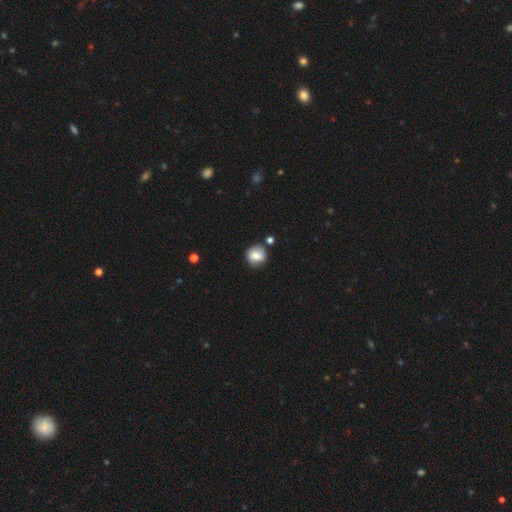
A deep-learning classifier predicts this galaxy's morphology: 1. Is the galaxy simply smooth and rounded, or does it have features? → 73% smooth, 18% featured or disk, 9% star or artifact.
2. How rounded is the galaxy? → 86% round, 13% in between, 1% cigar-shaped.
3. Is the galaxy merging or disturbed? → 76% none, 14% minor disturbance, 6% merger, 3% major disturbance.